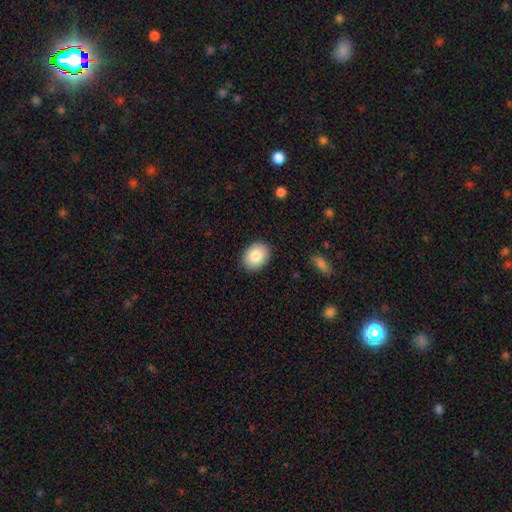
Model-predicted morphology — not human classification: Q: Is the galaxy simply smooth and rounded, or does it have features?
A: smooth — 84%.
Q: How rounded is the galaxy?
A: in between — 67%.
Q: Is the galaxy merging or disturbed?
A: none — 89%.